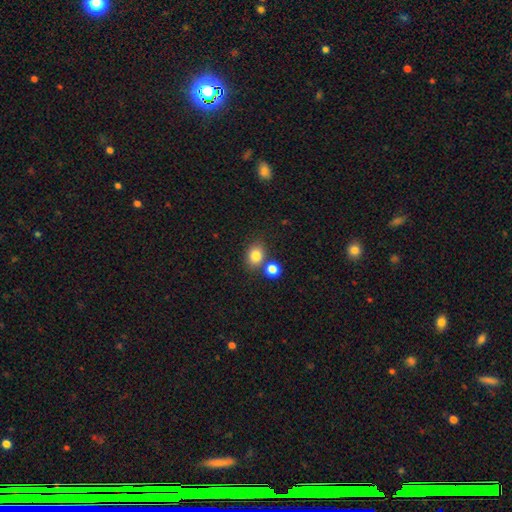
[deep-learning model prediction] Morphology: type=smooth (82%); roundness=round (57%); merging=none (66%).